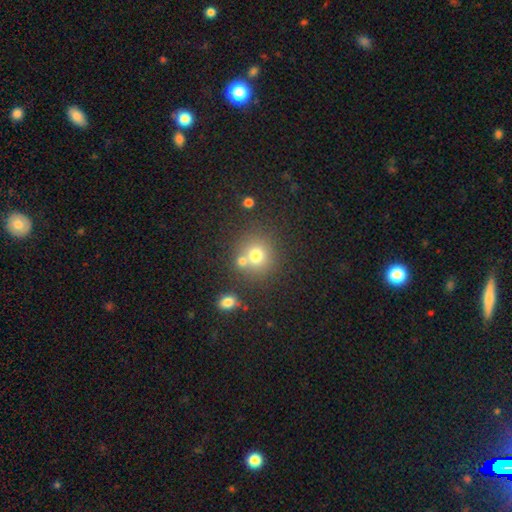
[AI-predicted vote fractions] A smooth galaxy with no disk features (73%) that is round (87%).

Vote fractions:
- Smooth or featured? smooth: 73% / star or artifact: 15% / featured or disk: 12%
- How rounded? round: 87% / in between: 12% / cigar-shaped: 1%
- Merging? none: 60% / merger: 27% / minor disturbance: 9% / major disturbance: 4%